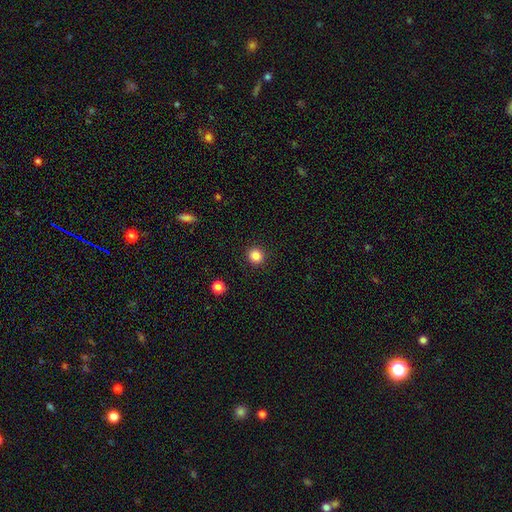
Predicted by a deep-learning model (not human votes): Smooth or featured: smooth — 85% (star or artifact — 11%)
How rounded: round — 93% (in between — 6%)
Merging: none — 93% (minor disturbance — 5%)